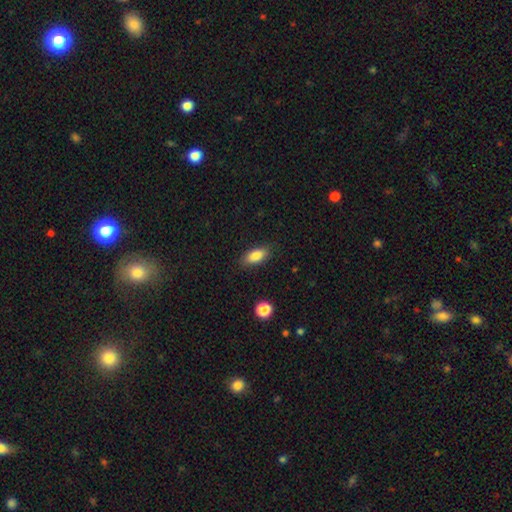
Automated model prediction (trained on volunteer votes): A smooth galaxy with no disk features (84%) that is in between round and cigar-shaped (85%). Merging: none (84%).